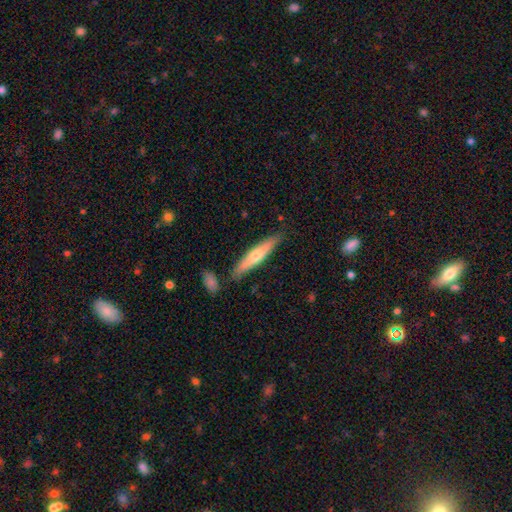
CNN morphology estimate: type=smooth (48%); merging=none (83%).